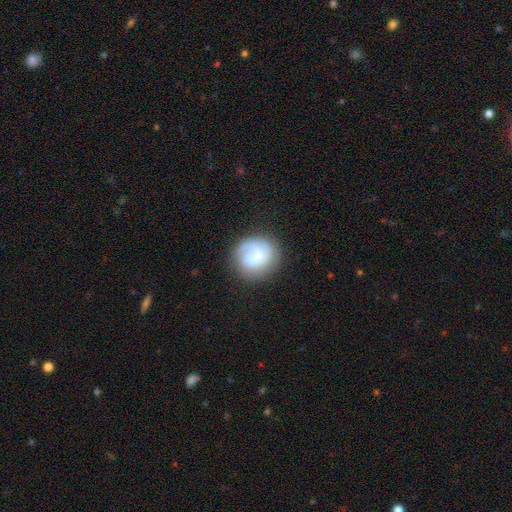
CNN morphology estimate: This is possibly a featured or disk galaxy (53%). It is clearly not viewed edge-on (98%). Bar: likely no (69%). Spiral arm pattern: clearly yes (88%). Central bulge: marginally small (38%). Merging: likely none (73%).